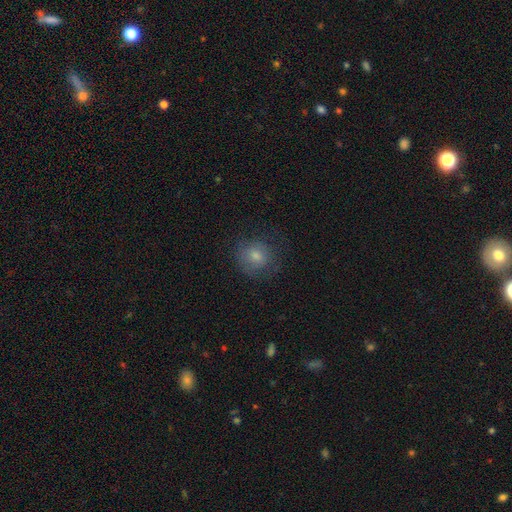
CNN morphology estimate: smooth_or_featured: smooth (p=0.73) [alt: featured or disk p=0.16]
how_rounded: round (p=0.82) [alt: in between p=0.17]
merging: none (p=0.71) [alt: minor disturbance p=0.18]